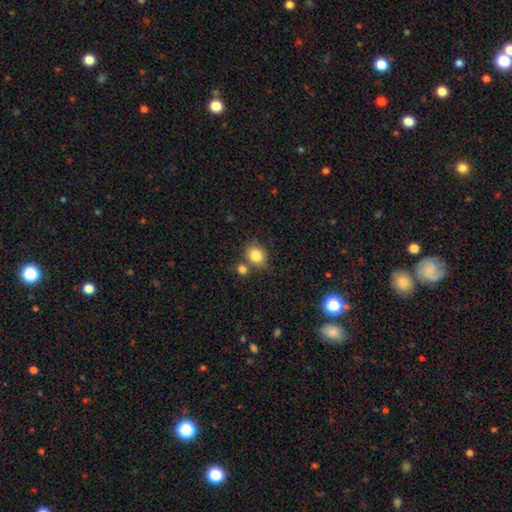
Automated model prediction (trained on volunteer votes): This is clearly a smooth galaxy (83%). How rounded: possibly in between (50%). Merging: likely none (62%).